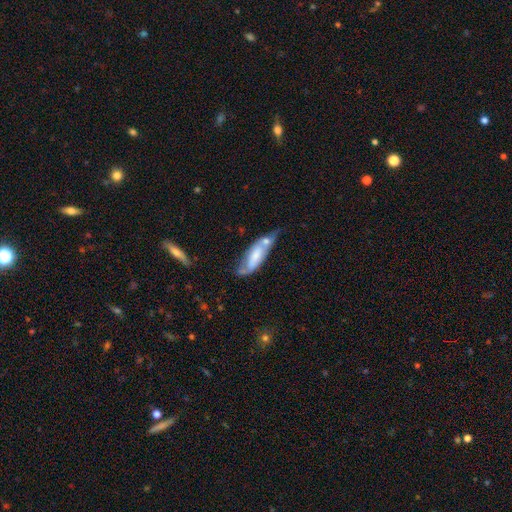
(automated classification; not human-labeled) A smooth galaxy with no disk features (47%).

Vote fractions:
- Smooth or featured? smooth: 47% / featured or disk: 46% / star or artifact: 6%
- Merging? none: 29% / minor disturbance: 27% / merger: 27% / major disturbance: 16%